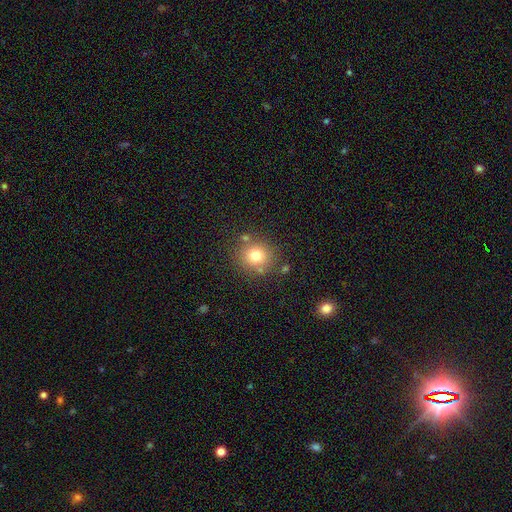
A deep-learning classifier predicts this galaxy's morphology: smooth-or-featured: smooth: 76% | star or artifact: 13% | featured or disk: 10%
  how-rounded: round: 87% | in between: 12% | cigar-shaped: 1%
  merging: none: 79% | minor disturbance: 10% | merger: 7% | major disturbance: 4%